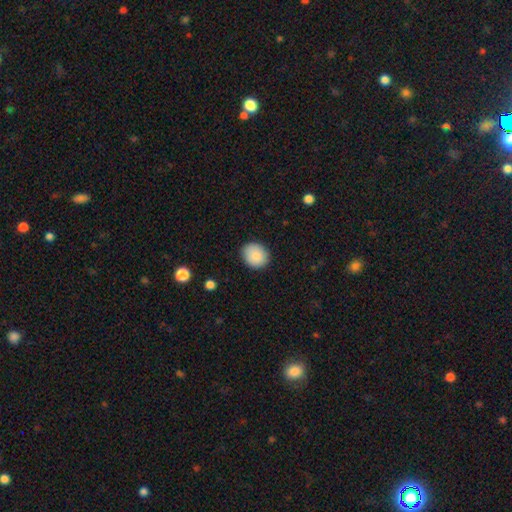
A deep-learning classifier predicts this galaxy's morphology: type=smooth (87%); roundness=round (71%); merging=none (86%).